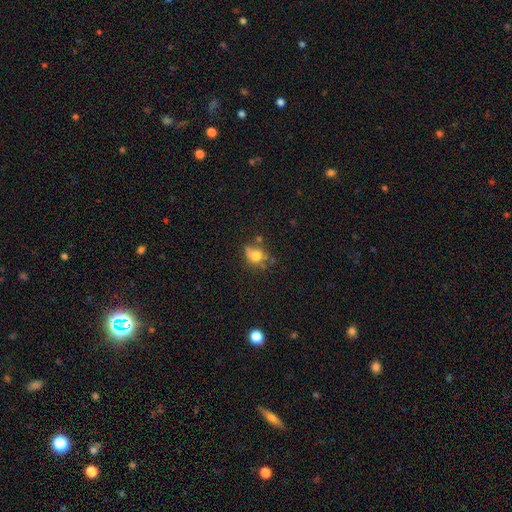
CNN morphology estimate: This appears to be a smooth galaxy with no disk features (69%) that is round (58%). Merging: none (47%).